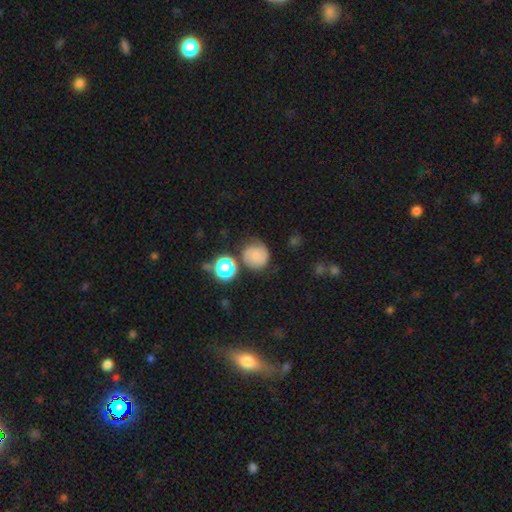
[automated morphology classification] Smooth or featured?
  - smooth: 53% *
  - featured or disk: 33%
  - star or artifact: 14%
How rounded?
  - round: 87% *
  - in between: 12%
  - cigar-shaped: 1%
Merging?
  - none: 64% *
  - minor disturbance: 20%
  - major disturbance: 8%
  - merger: 7%